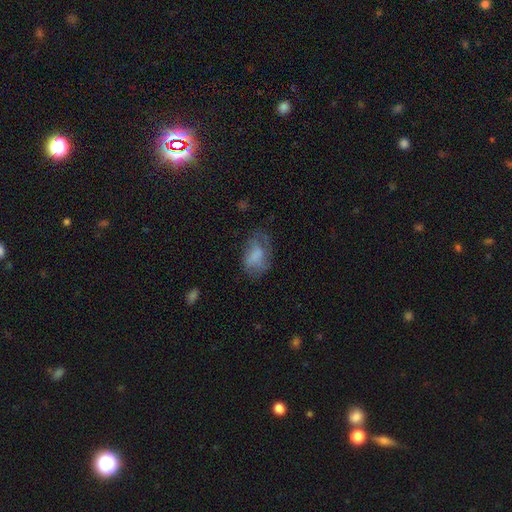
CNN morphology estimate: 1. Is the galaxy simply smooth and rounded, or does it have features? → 66% smooth, 24% featured or disk, 10% star or artifact.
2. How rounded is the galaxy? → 85% in between, 13% round, 2% cigar-shaped.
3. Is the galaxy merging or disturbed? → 45% none, 29% minor disturbance, 24% major disturbance, 2% merger.